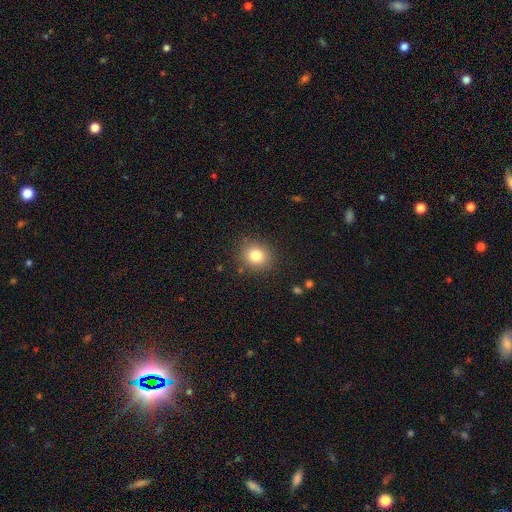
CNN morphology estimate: Smooth or featured: smooth — 80% (star or artifact — 12%)
How rounded: round — 74% (in between — 25%)
Merging: none — 86% (minor disturbance — 9%)